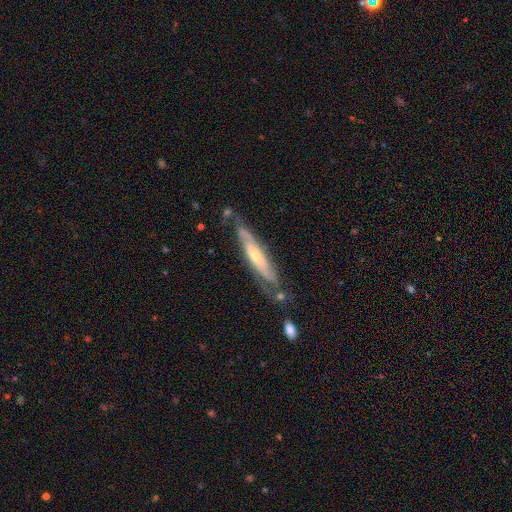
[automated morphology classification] featured or disk 74%, smooth 21%, star or artifact 6%. Down the decision tree: edge-on disk — no (56%); merging — none (65%).